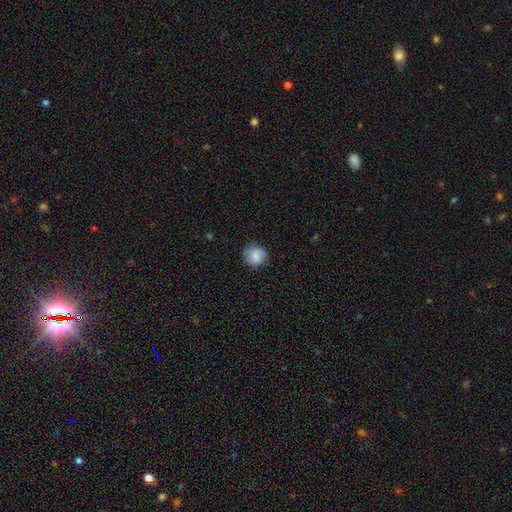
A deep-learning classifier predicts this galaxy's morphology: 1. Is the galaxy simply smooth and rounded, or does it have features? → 82% smooth, 10% featured or disk, 8% star or artifact.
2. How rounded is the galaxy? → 86% round, 13% in between, 1% cigar-shaped.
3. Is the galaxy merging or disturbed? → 84% none, 12% minor disturbance, 3% major disturbance, 1% merger.